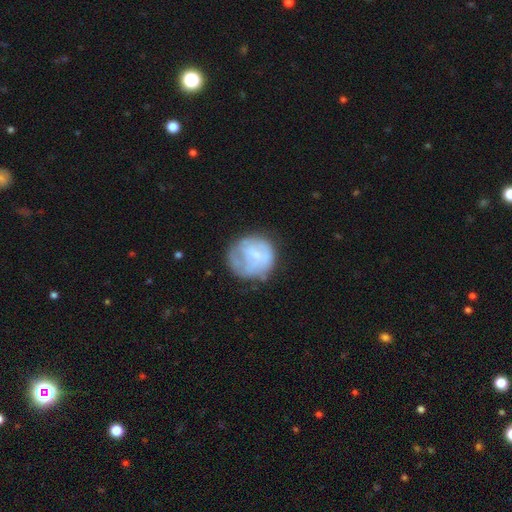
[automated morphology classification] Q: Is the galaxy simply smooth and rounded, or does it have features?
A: smooth — 49%.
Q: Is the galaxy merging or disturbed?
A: none — 56%.